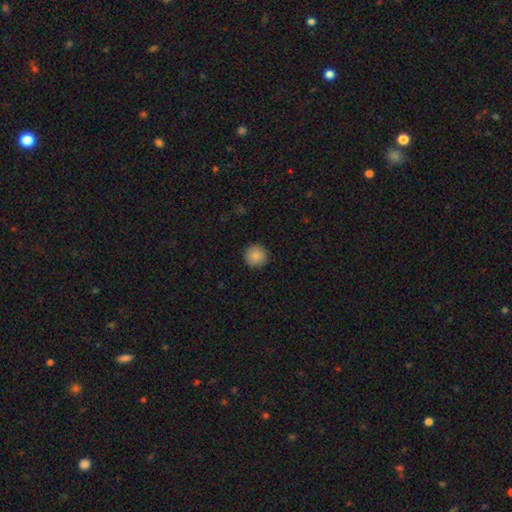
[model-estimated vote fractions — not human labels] smooth-or-featured: smooth: 87% | star or artifact: 9% | featured or disk: 4%
  how-rounded: round: 96% | in between: 4% | cigar-shaped: 1%
  merging: none: 91% | minor disturbance: 6% | major disturbance: 2% | merger: 1%